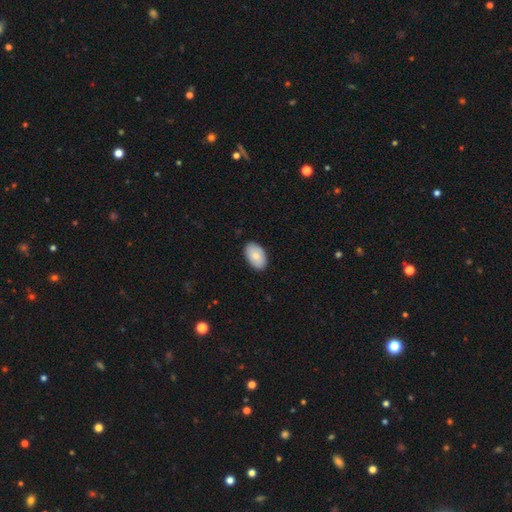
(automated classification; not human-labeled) The model was most divided on "smooth or featured": smooth: 81%, featured or disk: 13%, star or artifact: 6%. More confident: how rounded — in between (94%); merging — none (87%).